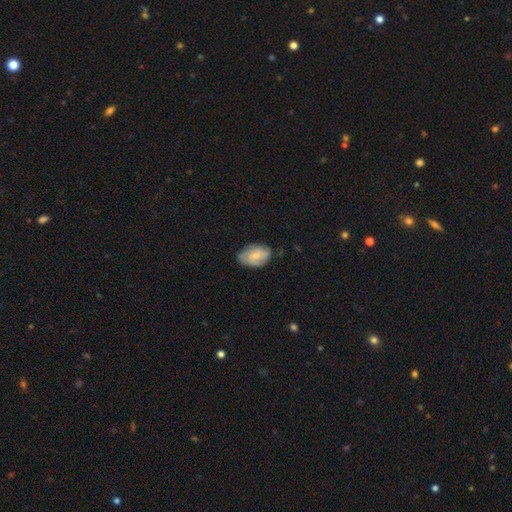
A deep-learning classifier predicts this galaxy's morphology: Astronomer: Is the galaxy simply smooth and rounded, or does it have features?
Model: smooth — 64%.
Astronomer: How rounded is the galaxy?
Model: in between — 89%.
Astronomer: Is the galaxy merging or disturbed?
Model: none — 67%.